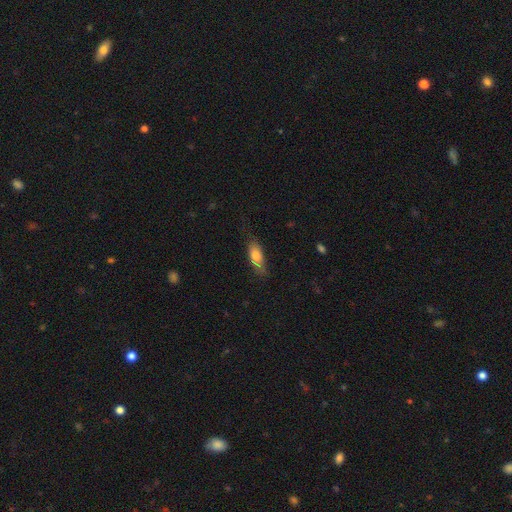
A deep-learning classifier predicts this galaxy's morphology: This is likely a smooth galaxy (72%). How rounded: likely in between (74%). Merging: likely none (61%).